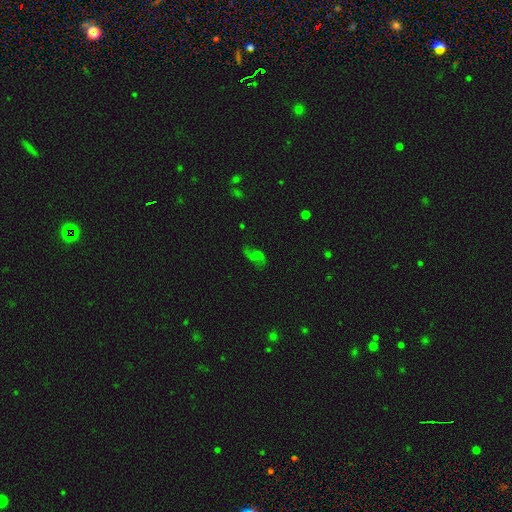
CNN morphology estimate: Overall: featured or disk (62%; smooth 22%). Edge-on disk: no (96%). Bar: weak (41%; no 39%). Spiral arms: yes (88%). Spiral arm count: 2 (88%). Spiral winding: loose (79%). Bulge size: none (63%). Merging: none (65%).